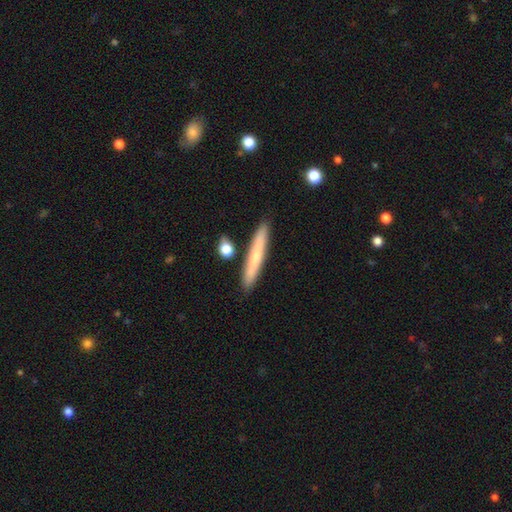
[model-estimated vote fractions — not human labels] A smooth galaxy with no disk features (61%) that is cigar-shaped (95%). Merging: none (87%).